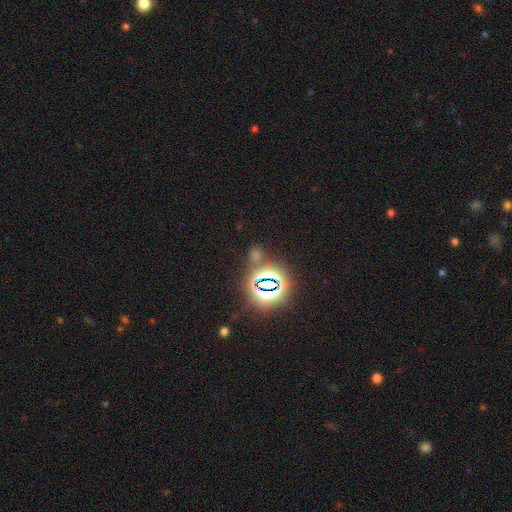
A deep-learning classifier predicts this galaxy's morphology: This appears to be a star or artifact, not a galaxy (71%).